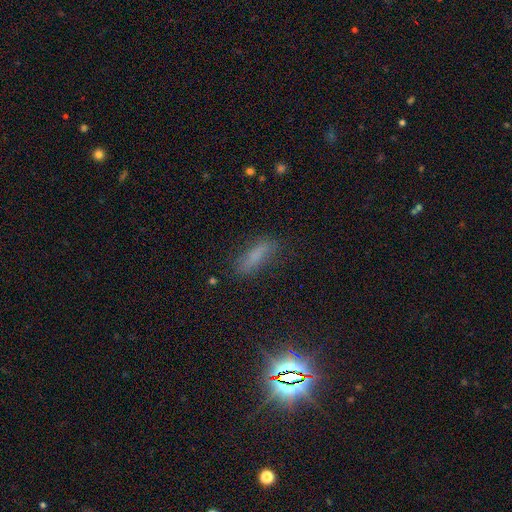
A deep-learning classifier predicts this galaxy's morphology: Smooth or featured? Predicted: smooth (p=0.65). How rounded? Predicted: cigar-shaped (p=0.58). Merging? Predicted: none (p=0.75).